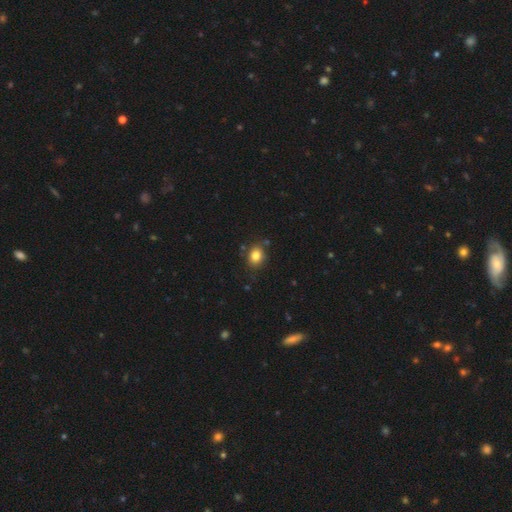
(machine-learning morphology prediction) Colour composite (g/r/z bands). It shows a smooth galaxy with no disk features (83%) that is round (53%). Merging: none (81%).